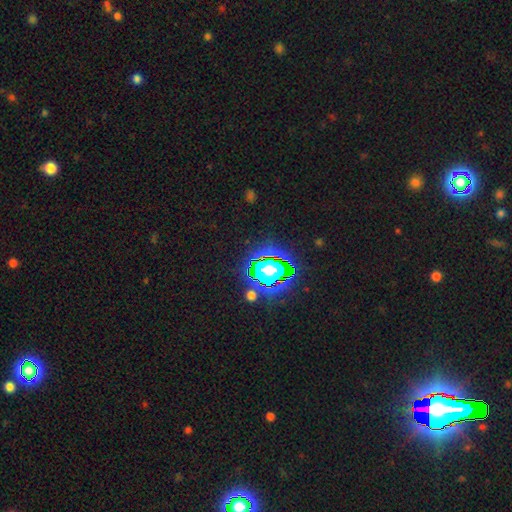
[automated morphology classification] smooth_or_featured: star or artifact (p=0.83) [alt: smooth p=0.10]